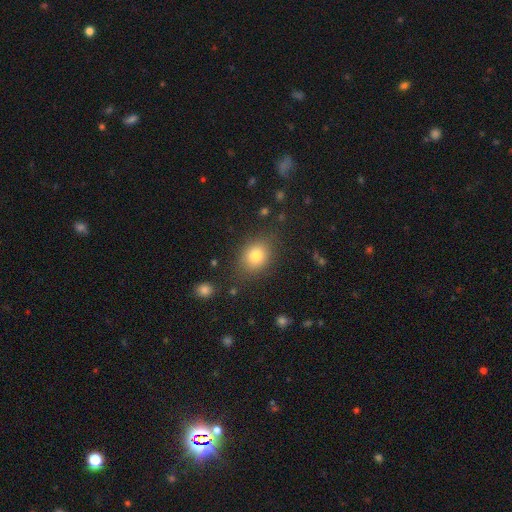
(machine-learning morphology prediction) This is likely a smooth galaxy (80%). How rounded: possibly round (50%). Merging: clearly none (81%).